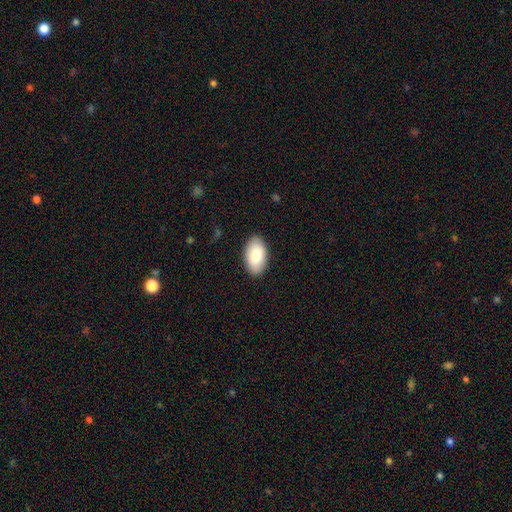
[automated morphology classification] A smooth galaxy with no disk features (81%) that is in between round and cigar-shaped (95%). Merging: none (87%).